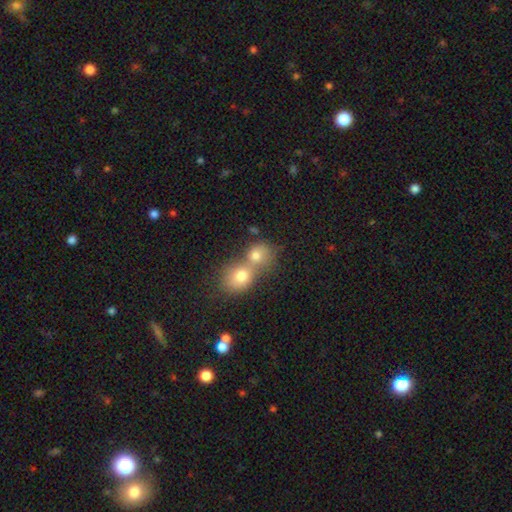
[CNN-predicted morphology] A smooth galaxy with no disk features (75%) that is round (71%).

Vote fractions:
- Smooth or featured? smooth: 75% / featured or disk: 13% / star or artifact: 11%
- How rounded? round: 71% / in between: 28% / cigar-shaped: 1%
- Merging? merger: 69% / none: 23% / minor disturbance: 5% / major disturbance: 3%